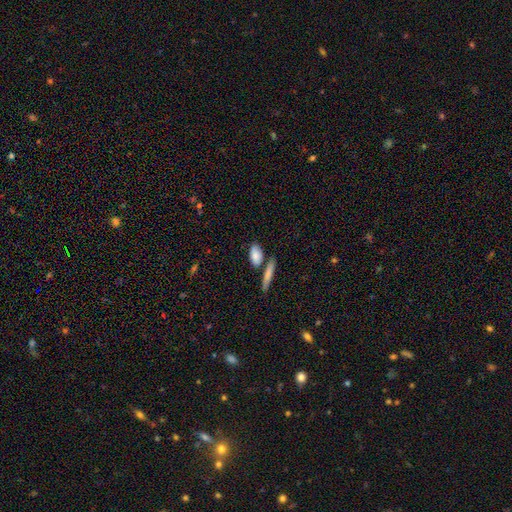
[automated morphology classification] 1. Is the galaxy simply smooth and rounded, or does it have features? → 81% smooth, 13% featured or disk, 6% star or artifact.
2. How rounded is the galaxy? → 78% in between, 16% cigar-shaped, 5% round.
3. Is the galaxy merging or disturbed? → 66% none, 17% merger, 13% minor disturbance, 4% major disturbance.